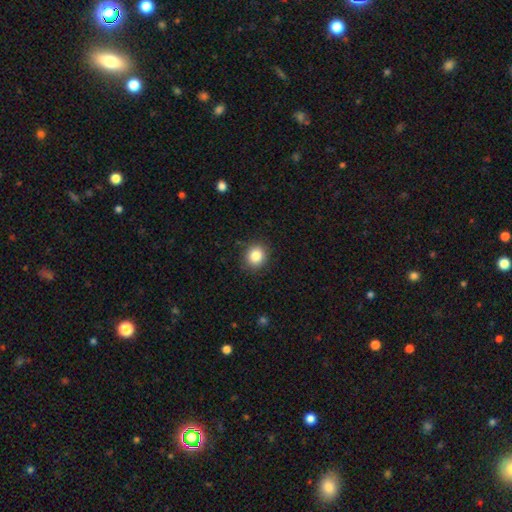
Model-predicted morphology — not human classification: Overall: smooth (84%). How rounded: round (79%). Merging: none (89%).